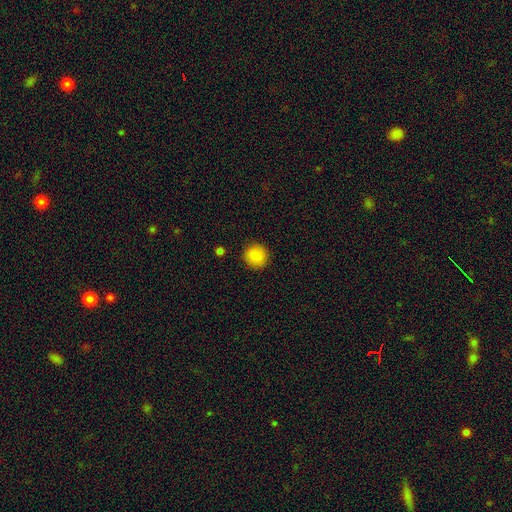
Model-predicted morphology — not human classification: Overall: smooth (87%). How rounded: round (93%). Merging: none (91%).